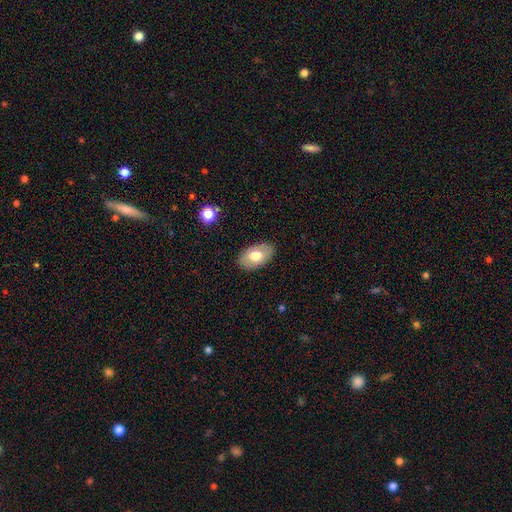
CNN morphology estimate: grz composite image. It shows a smooth galaxy with no disk features (66%) that is in between round and cigar-shaped (92%). Merging: none (86%).